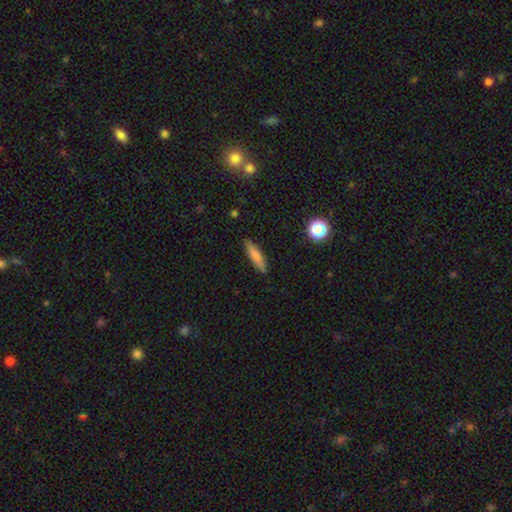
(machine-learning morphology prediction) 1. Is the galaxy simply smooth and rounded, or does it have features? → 77% smooth, 15% featured or disk, 8% star or artifact.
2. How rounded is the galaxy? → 81% cigar-shaped, 17% in between, 2% round.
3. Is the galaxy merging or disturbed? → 88% none, 9% minor disturbance, 2% major disturbance, 1% merger.